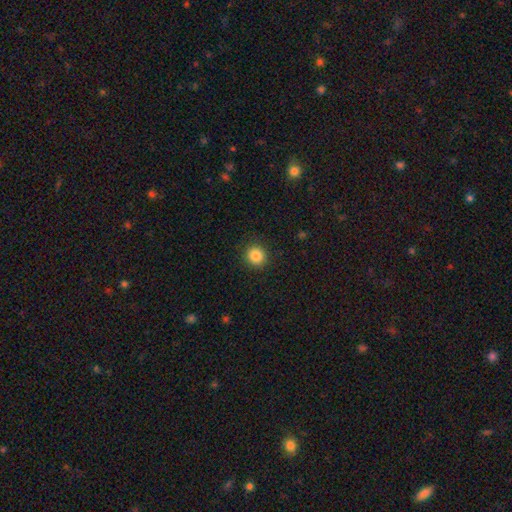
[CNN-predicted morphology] A smooth galaxy with no disk features (85%) that is round (91%). Merging: none (91%).